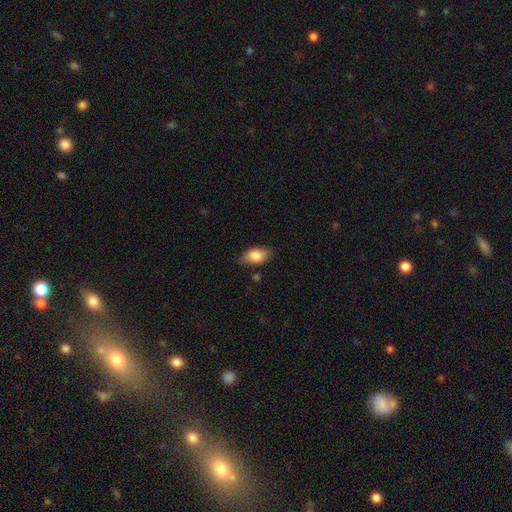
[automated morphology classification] Overall: smooth (81%). How rounded: in between (90%). Merging: none (76%).